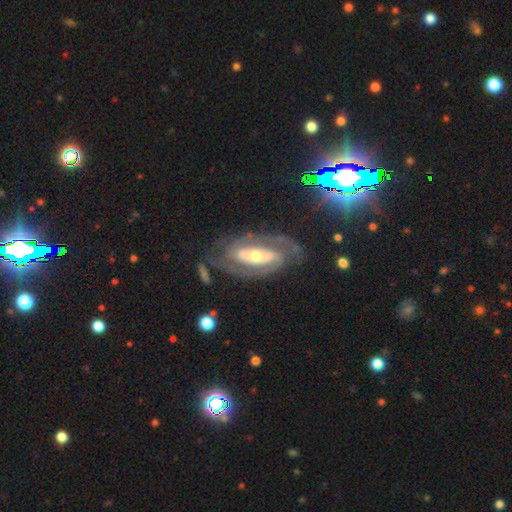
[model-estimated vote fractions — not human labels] featured or disk 84%, smooth 10%, star or artifact 6%. Down the decision tree: edge-on disk — no (93%); bar — strong (38%); spiral arms — yes (88%); spiral arm count — 2 (78%); spiral winding — tight (53%); bulge size — moderate (47%); merging — none (73%).